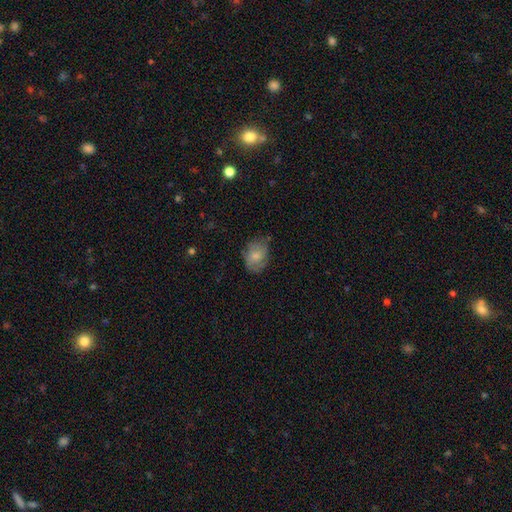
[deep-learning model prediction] Smooth or featured: smooth — 73% (featured or disk — 20%)
How rounded: in between — 68% (round — 31%)
Merging: none — 57% (minor disturbance — 32%)